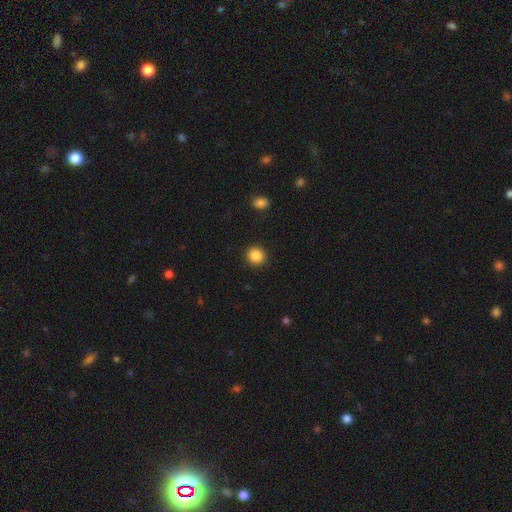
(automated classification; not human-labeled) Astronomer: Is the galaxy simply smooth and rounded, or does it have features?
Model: smooth — 88%.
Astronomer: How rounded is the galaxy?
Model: round — 88%.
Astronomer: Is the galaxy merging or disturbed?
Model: none — 91%.